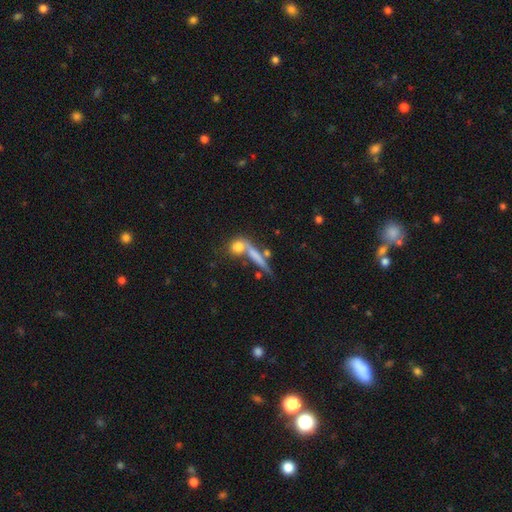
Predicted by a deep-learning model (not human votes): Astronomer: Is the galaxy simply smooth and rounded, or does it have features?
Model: smooth — 59%.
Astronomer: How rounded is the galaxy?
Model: cigar-shaped — 74%.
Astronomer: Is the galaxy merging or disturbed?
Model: none — 54%.